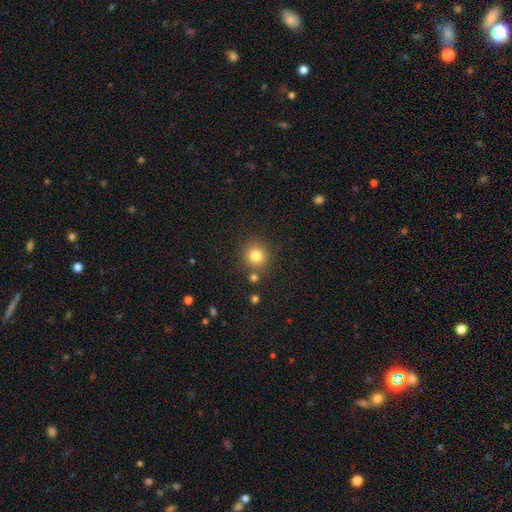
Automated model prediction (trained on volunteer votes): Smooth or featured: smooth — 81% (star or artifact — 13%)
How rounded: round — 92% (in between — 7%)
Merging: none — 82% (minor disturbance — 8%)